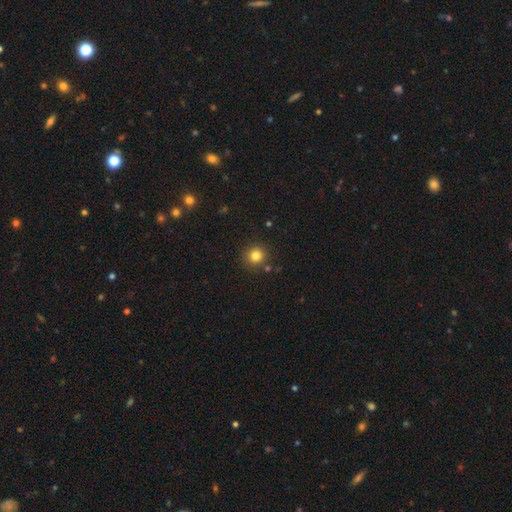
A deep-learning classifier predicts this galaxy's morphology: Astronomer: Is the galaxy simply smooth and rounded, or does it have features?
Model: smooth — 82%.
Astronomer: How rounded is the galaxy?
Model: round — 93%.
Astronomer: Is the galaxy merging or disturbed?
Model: none — 87%.